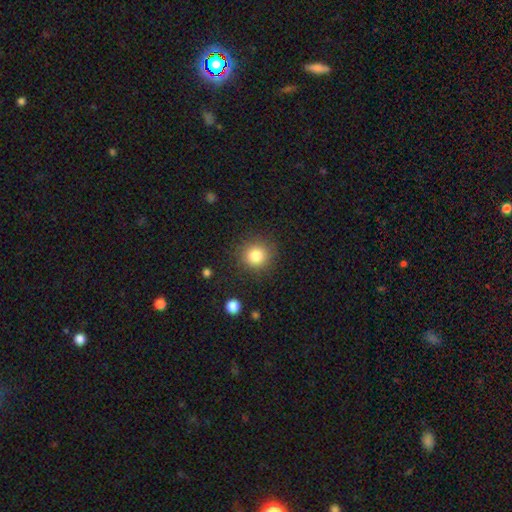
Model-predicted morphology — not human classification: The model was most divided on "smooth or featured": smooth: 83%, star or artifact: 11%, featured or disk: 6%. More confident: how rounded — round (91%); merging — none (87%).